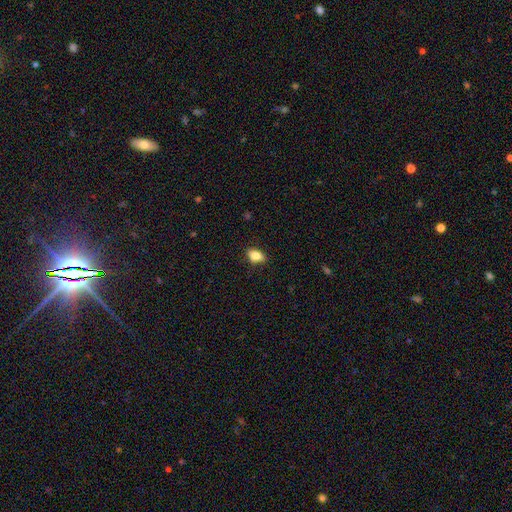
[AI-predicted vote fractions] The model was most divided on "merging": none: 79%, minor disturbance: 17%, major disturbance: 3%, merger: 1%. More confident: how rounded — in between (85%); smooth or featured — smooth (84%).